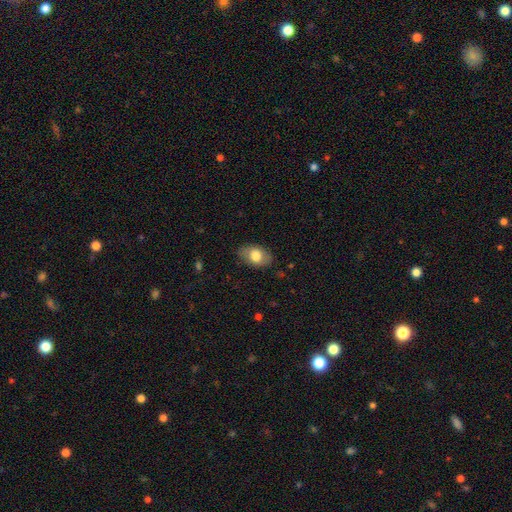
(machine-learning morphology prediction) Smooth or featured: smooth — 74% (featured or disk — 19%)
How rounded: in between — 87% (round — 12%)
Merging: none — 82% (minor disturbance — 14%)